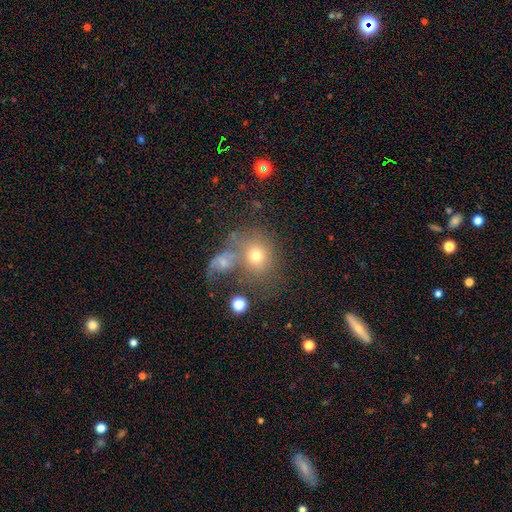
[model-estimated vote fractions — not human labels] smooth-or-featured: smooth: 66% | featured or disk: 19% | star or artifact: 14%
  how-rounded: round: 65% | in between: 34% | cigar-shaped: 1%
  merging: none: 40% | merger: 34% | minor disturbance: 13% | major disturbance: 13%